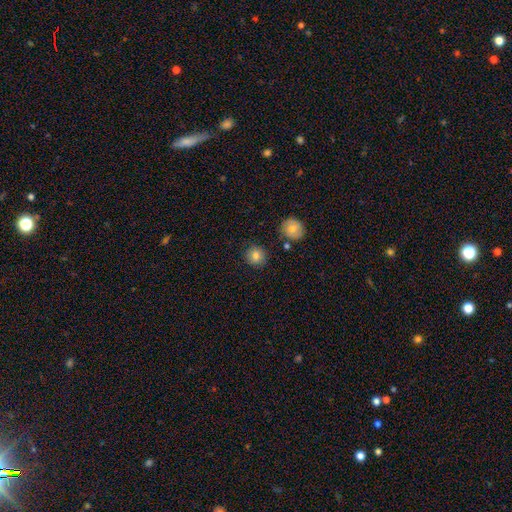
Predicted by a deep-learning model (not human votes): This is clearly a smooth galaxy (83%). How rounded: clearly round (93%). Merging: clearly none (87%).